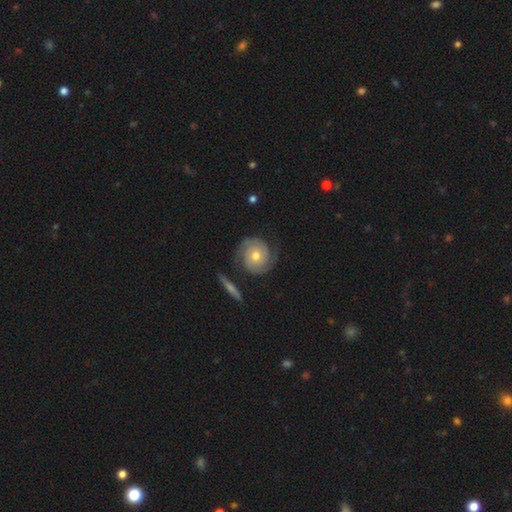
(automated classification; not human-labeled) smooth-or-featured: featured or disk: 84% | smooth: 11% | star or artifact: 5%
  disk-edge-on: no: 97% | yes: 3%
    bar: no: 80% | weak: 15% | strong: 4%
    has-spiral-arms: yes: 97% | no: 3%
      spiral-winding: tight: 65% | medium: 28% | loose: 7%
      spiral-arm-count: 2: 89% | can't tell: 4% | 3: 3% | 1: 2% | 4: 1% | more than 4: 1%
    bulge-size: moderate: 70% | small: 24% | large: 4% | none: 1% | dominant: 1%
  merging: none: 79% | minor disturbance: 13% | major disturbance: 5% | merger: 3%